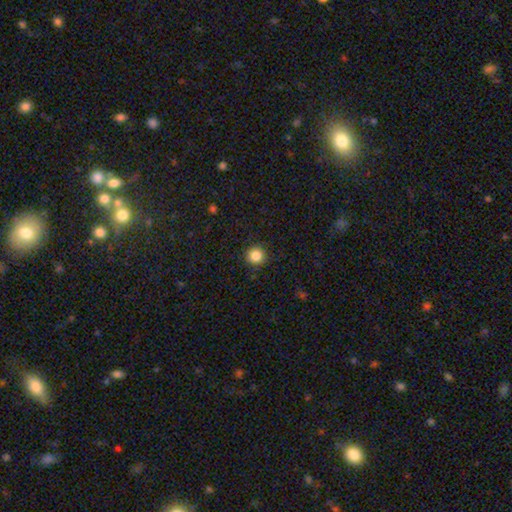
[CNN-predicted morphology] type=smooth (85%); roundness=round (95%); merging=none (92%).